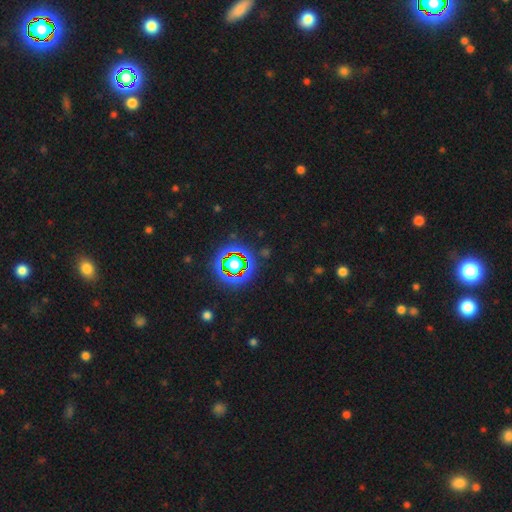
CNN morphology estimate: This appears to be a star or artifact, not a galaxy (76%).